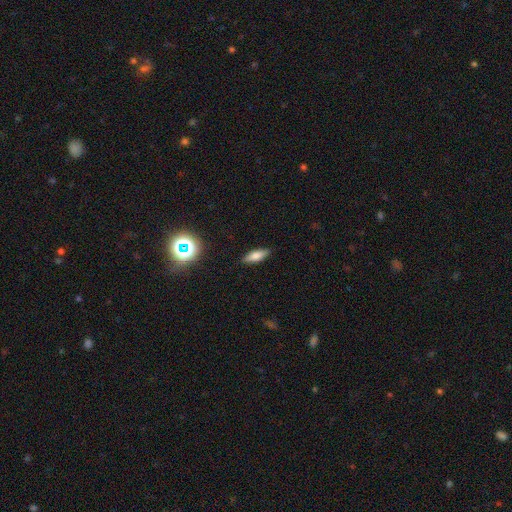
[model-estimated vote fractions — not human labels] Smooth or featured? Predicted: smooth (p=0.68). How rounded? Predicted: in between (p=0.57). Merging? Predicted: none (p=0.88).